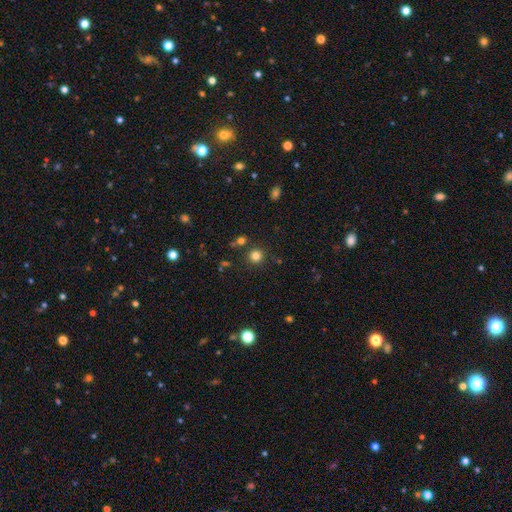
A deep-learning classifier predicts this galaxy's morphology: Smooth or featured? smooth (80%)
How rounded? round (93%)
Merging? none (85%)